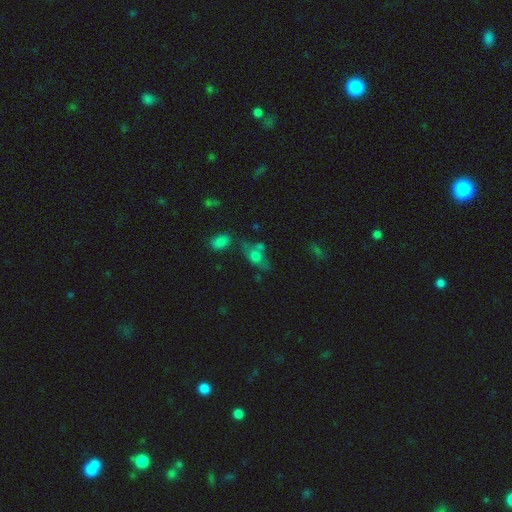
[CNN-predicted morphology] This is possibly a smooth galaxy (60%). How rounded: likely in between (67%). Merging: marginally none (43%).